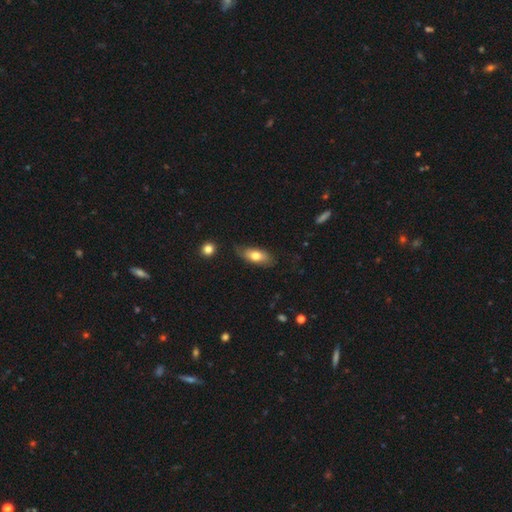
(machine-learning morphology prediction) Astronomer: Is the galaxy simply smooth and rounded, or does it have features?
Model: smooth — 70%.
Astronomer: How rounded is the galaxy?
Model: in between — 83%.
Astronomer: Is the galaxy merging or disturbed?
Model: none — 68%.